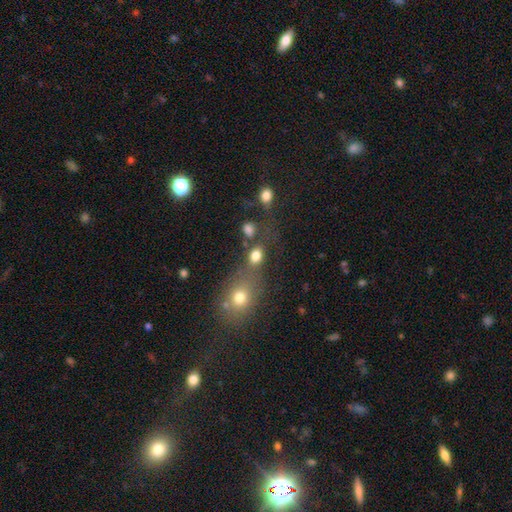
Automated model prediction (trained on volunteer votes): smooth_or_featured: smooth (p=0.77) [alt: star or artifact p=0.14]
how_rounded: in between (p=0.52) [alt: round p=0.46]
merging: none (p=0.52) [alt: merger p=0.29]